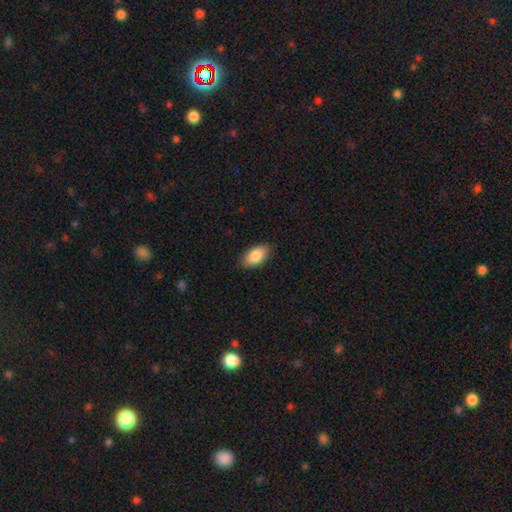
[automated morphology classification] Smooth or featured? Predicted: smooth (p=0.85). How rounded? Predicted: in between (p=0.92). Merging? Predicted: none (p=0.87).